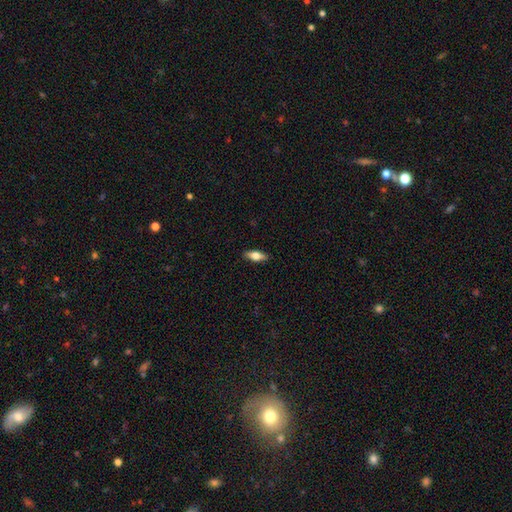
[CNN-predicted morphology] A smooth galaxy with no disk features (66%) that is in between round and cigar-shaped (73%).

Vote fractions:
- Smooth or featured? smooth: 66% / featured or disk: 28% / star or artifact: 6%
- How rounded? in between: 73% / cigar-shaped: 24% / round: 3%
- Merging? none: 89% / minor disturbance: 8% / major disturbance: 2% / merger: 1%